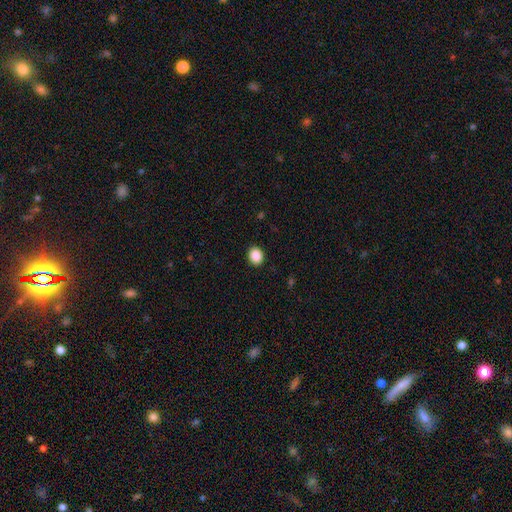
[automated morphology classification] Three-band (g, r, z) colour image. It shows a smooth galaxy with no disk features (89%) that is round (60%). Merging: none (91%).